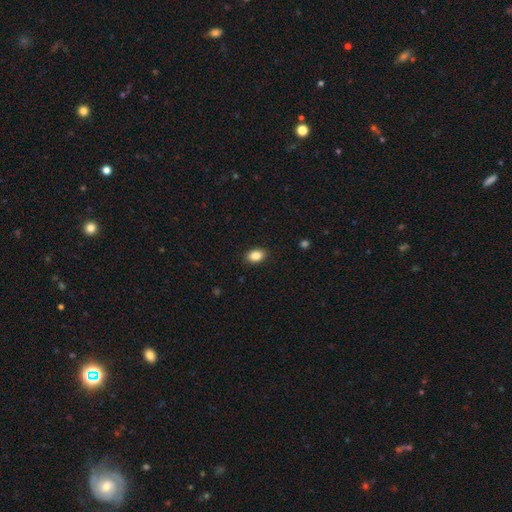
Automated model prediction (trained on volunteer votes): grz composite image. It shows a smooth galaxy with no disk features (87%) that is in between round and cigar-shaped (82%). Merging: none (90%).